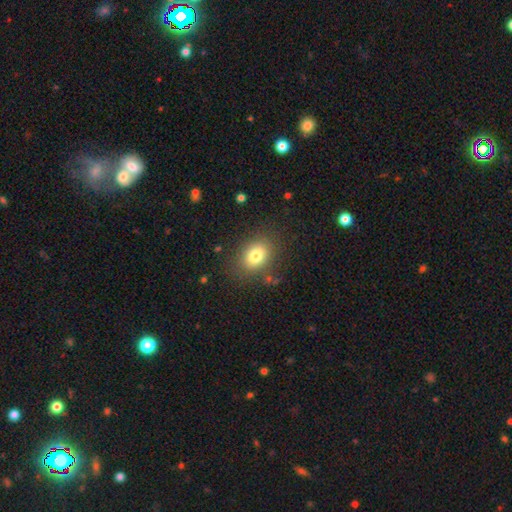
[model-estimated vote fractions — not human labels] This is likely a smooth galaxy (79%). How rounded: likely in between (65%). Merging: clearly none (82%).